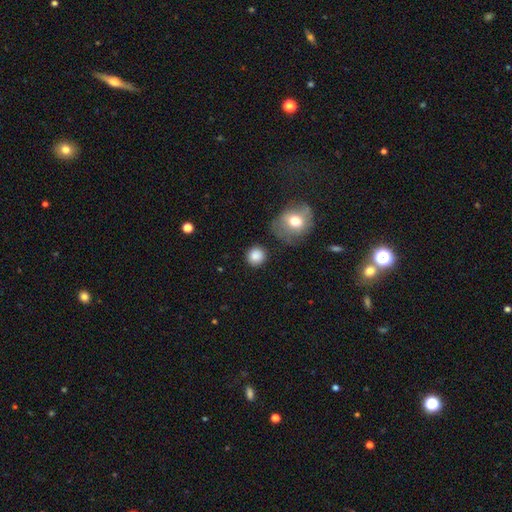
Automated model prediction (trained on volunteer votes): Q: Smooth or featured?
A: smooth (85%); runner-up: star or artifact (10%)
Q: How rounded?
A: round (92%); runner-up: in between (7%)
Q: Merging?
A: none (85%); runner-up: minor disturbance (9%)